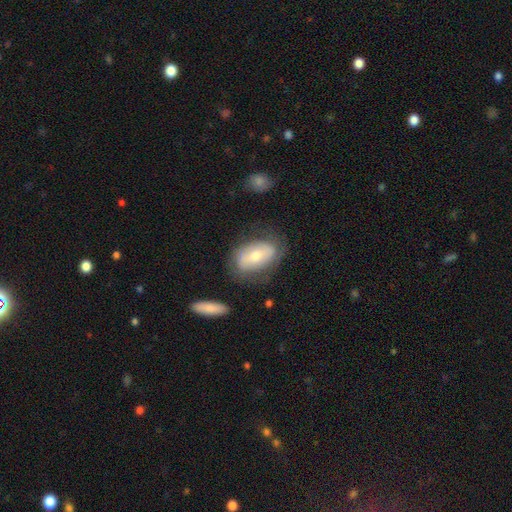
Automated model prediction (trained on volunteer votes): Overall: smooth (54%; featured or disk 39%). How rounded: in between (87%). Merging: none (62%; minor disturbance 22%).